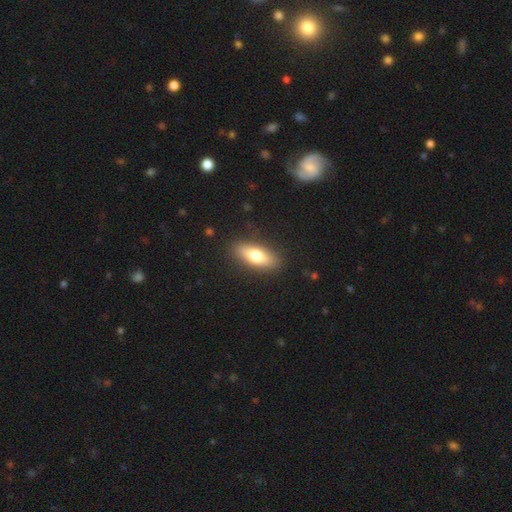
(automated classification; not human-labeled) smooth-or-featured: smooth: 69% | featured or disk: 24% | star or artifact: 7%
  how-rounded: in between: 68% | cigar-shaped: 29% | round: 4%
  merging: none: 88% | minor disturbance: 9% | major disturbance: 2% | merger: 1%